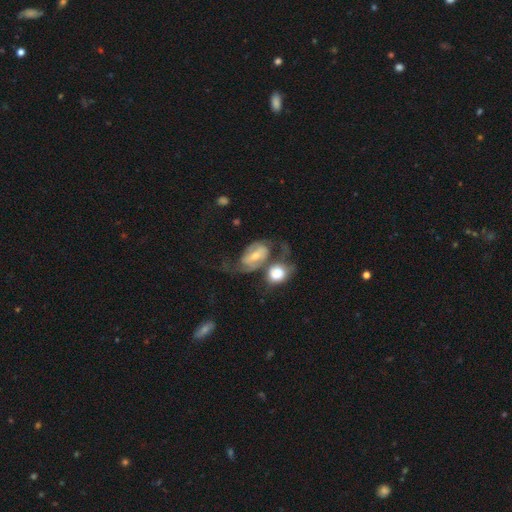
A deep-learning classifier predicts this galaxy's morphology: Smooth or featured? featured or disk (75%)
Edge-on disk? no (95%)
Bar? weak (39%)
Spiral arms? yes (90%)
Spiral winding? medium (43%)
Spiral arm count? 2 (84%)
Bulge size? moderate (45%)
Merging? merger (37%)